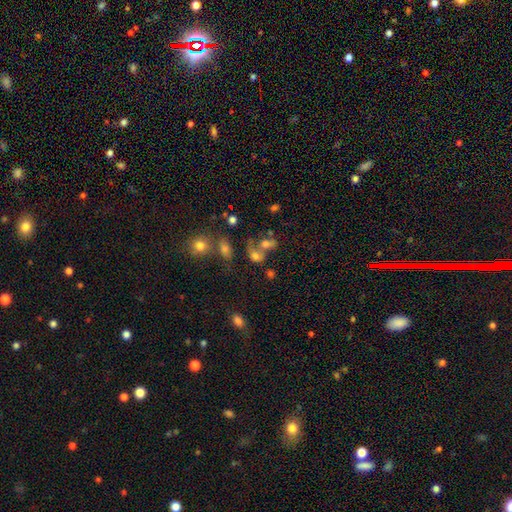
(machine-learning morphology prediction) This appears to be a smooth galaxy with no disk features (64%) that is in between round and cigar-shaped (61%). Merging: merger (50%).